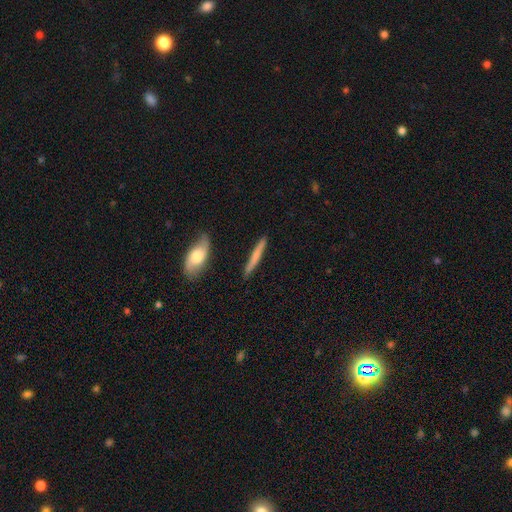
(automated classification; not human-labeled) A smooth galaxy with no disk features (55%) that is cigar-shaped (94%). Merging: none (87%).